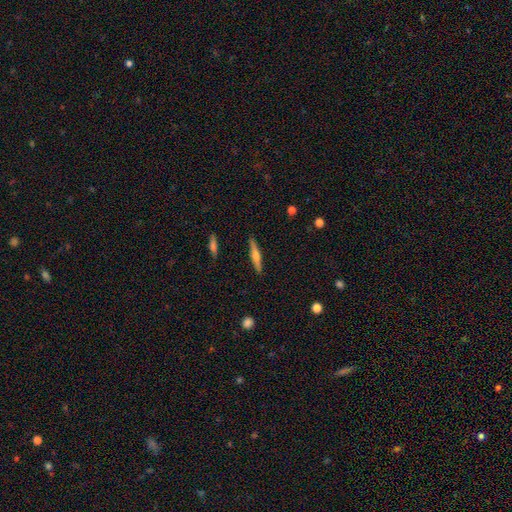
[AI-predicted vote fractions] The model was most divided on "smooth or featured": featured or disk: 57%, smooth: 37%, star or artifact: 6%. More confident: edge-on disk — yes (97%); merging — none (91%); edge-on bulge — rounded (84%).